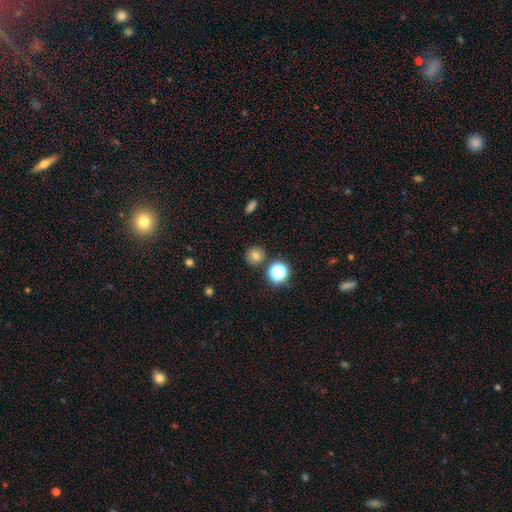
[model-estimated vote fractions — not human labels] smooth-or-featured: smooth: 74% | star or artifact: 18% | featured or disk: 8%
  how-rounded: round: 92% | in between: 7% | cigar-shaped: 1%
  merging: none: 85% | minor disturbance: 7% | merger: 5% | major disturbance: 3%